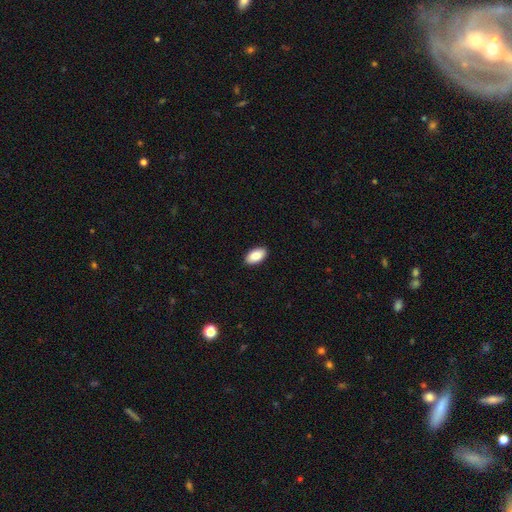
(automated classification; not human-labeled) smooth_or_featured: smooth (p=0.87) [alt: featured or disk p=0.07]
how_rounded: in between (p=0.95) [alt: round p=0.03]
merging: none (p=0.91) [alt: minor disturbance p=0.07]